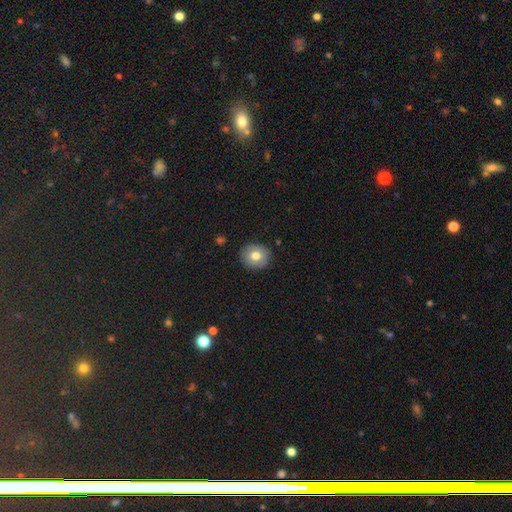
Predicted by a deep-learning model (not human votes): Morphology: type=smooth (75%); roundness=round (82%); merging=none (89%).